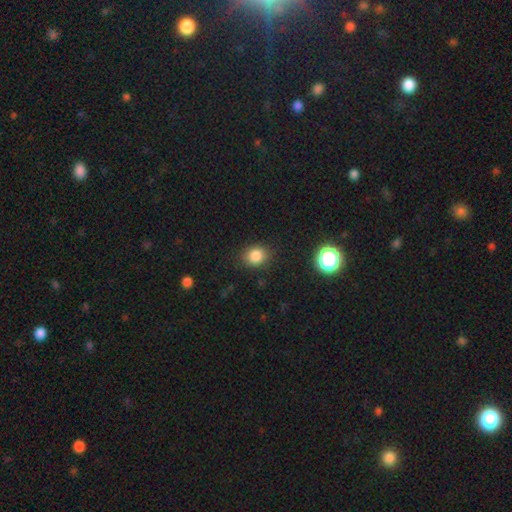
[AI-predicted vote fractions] This is clearly a smooth galaxy (83%). How rounded: likely round (72%). Merging: clearly none (85%).